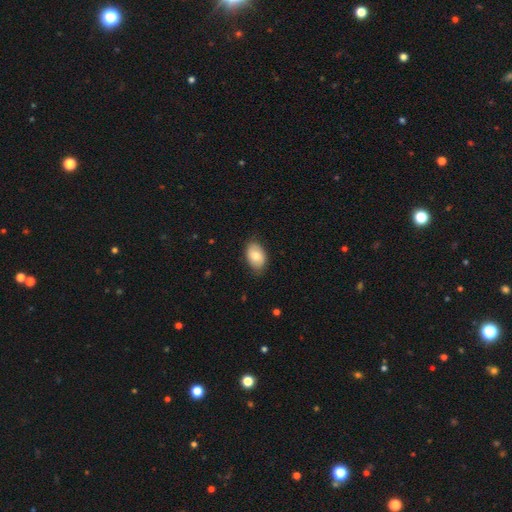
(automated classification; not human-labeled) Smooth or featured: smooth — 79% (featured or disk — 15%)
How rounded: in between — 89% (round — 10%)
Merging: none — 80% (minor disturbance — 16%)